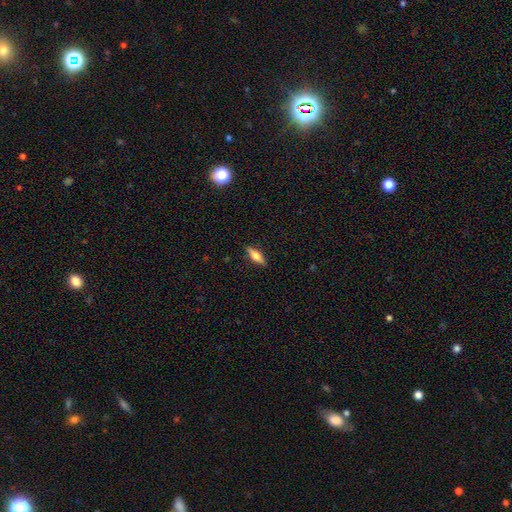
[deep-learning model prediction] Q: Smooth or featured?
A: smooth (54%); runner-up: featured or disk (39%)
Q: How rounded?
A: in between (51%); runner-up: cigar-shaped (46%)
Q: Merging?
A: none (88%); runner-up: minor disturbance (9%)